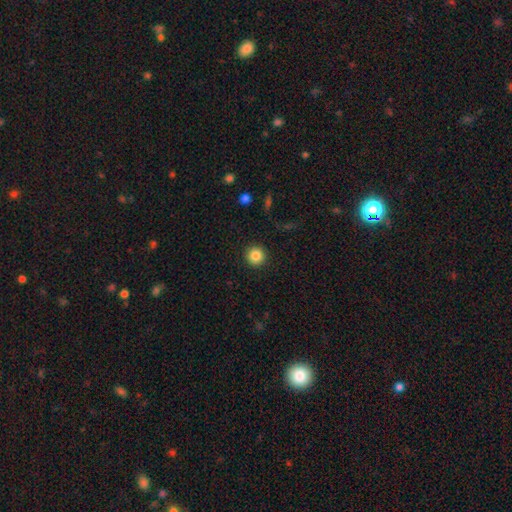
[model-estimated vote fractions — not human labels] Smooth or featured?
  - smooth: 85% *
  - star or artifact: 10%
  - featured or disk: 5%
How rounded?
  - round: 95% *
  - in between: 4%
  - cigar-shaped: 1%
Merging?
  - none: 92% *
  - minor disturbance: 5%
  - major disturbance: 2%
  - merger: 1%